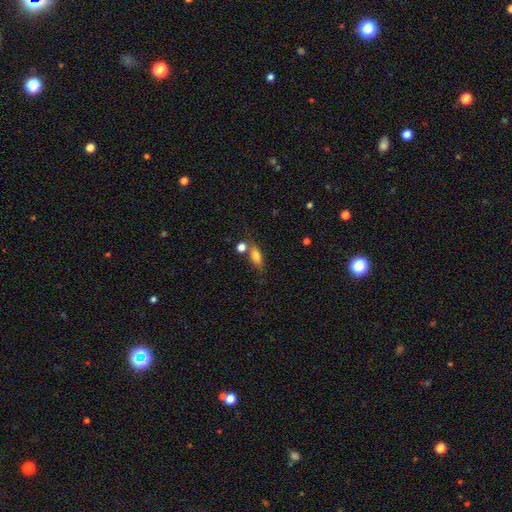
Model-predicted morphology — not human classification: Smooth or featured: smooth — 75% (featured or disk — 16%)
How rounded: in between — 74% (cigar-shaped — 17%)
Merging: none — 57% (merger — 22%)